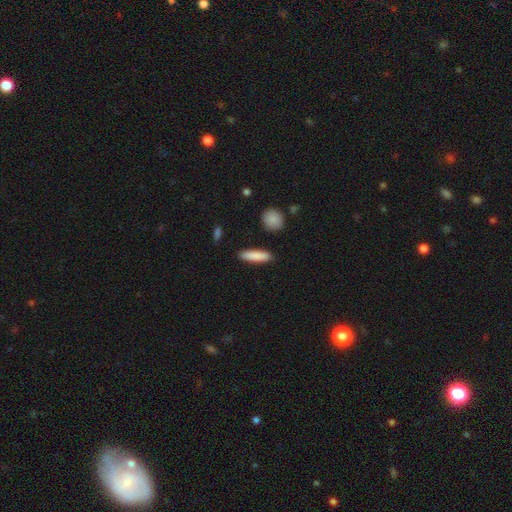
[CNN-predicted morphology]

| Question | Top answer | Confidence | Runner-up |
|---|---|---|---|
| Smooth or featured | smooth | 86% | featured or disk (8%) |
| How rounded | cigar-shaped | 72% | in between (26%) |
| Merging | none | 89% | minor disturbance (7%) |